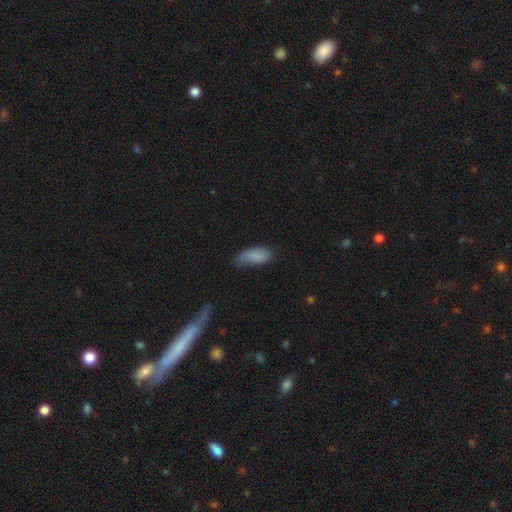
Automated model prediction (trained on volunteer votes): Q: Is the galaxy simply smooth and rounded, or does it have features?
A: smooth — 84%.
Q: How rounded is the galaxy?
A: in between — 82%.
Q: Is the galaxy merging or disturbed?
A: none — 61%.